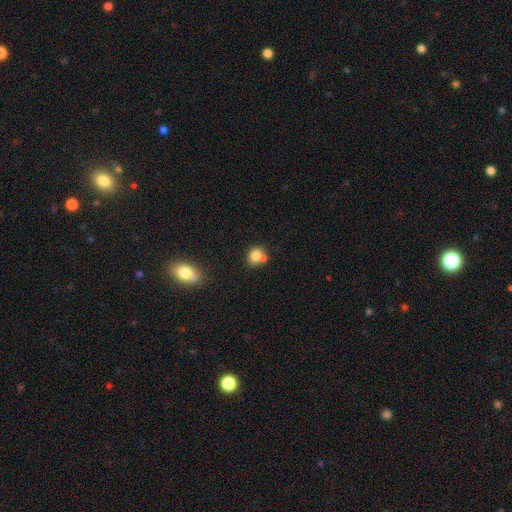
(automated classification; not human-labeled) smooth 78%, featured or disk 12%, star or artifact 11%. Down the decision tree: how rounded — round (68%); merging — none (48%).